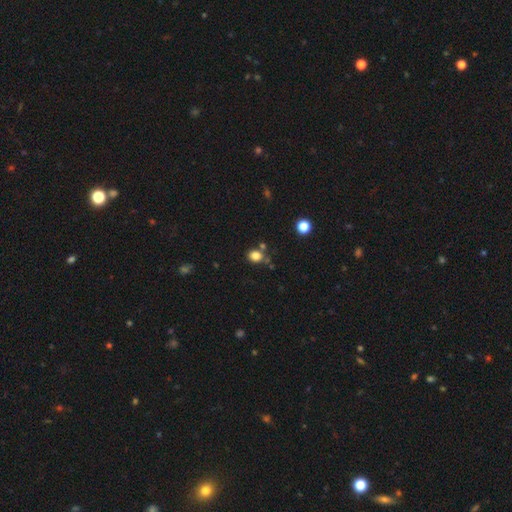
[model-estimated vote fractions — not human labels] Q: Smooth or featured?
A: smooth (81%); runner-up: star or artifact (13%)
Q: How rounded?
A: round (66%); runner-up: in between (33%)
Q: Merging?
A: none (70%); runner-up: minor disturbance (13%)